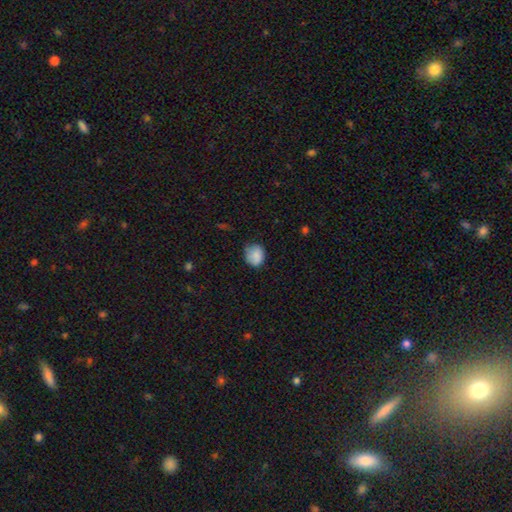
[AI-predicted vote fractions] smooth_or_featured: smooth (p=0.84) [alt: star or artifact p=0.08]
how_rounded: round (p=0.65) [alt: in between p=0.34]
merging: none (p=0.66) [alt: minor disturbance p=0.27]